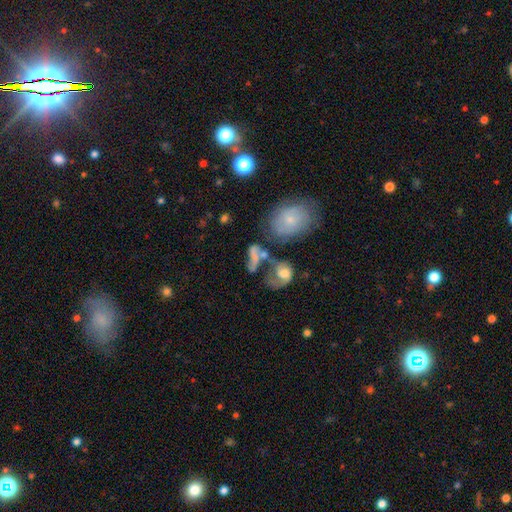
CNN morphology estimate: Smooth or featured?
  - smooth: 51% *
  - featured or disk: 35%
  - star or artifact: 15%
How rounded?
  - in between: 73% *
  - round: 20%
  - cigar-shaped: 7%
Merging?
  - merger: 42% *
  - major disturbance: 26%
  - none: 20%
  - minor disturbance: 12%